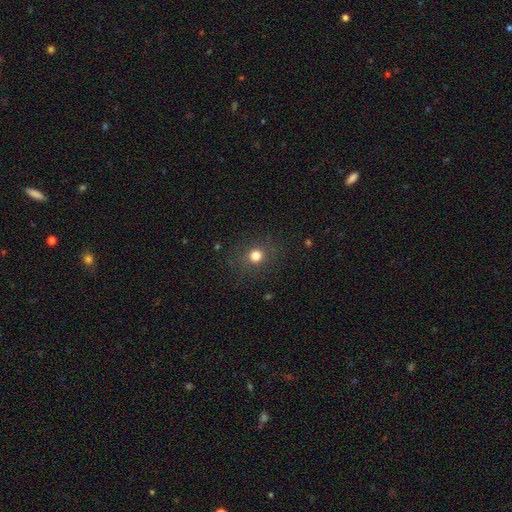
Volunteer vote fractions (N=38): Smooth or featured? smooth (82%)
How rounded? round (97%)
Merging? none (80%)